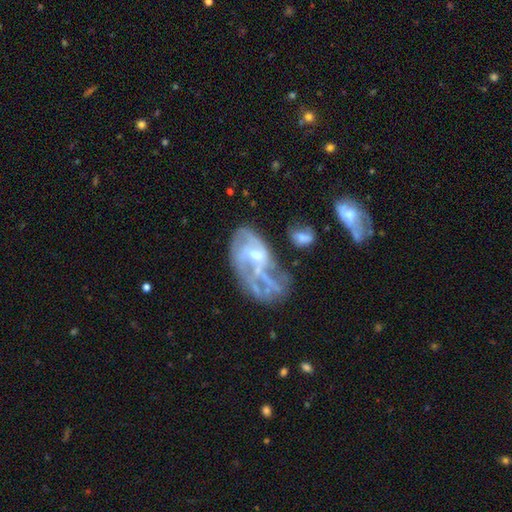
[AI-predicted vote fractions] This appears to be a featured or disk galaxy (76%) with no bar (55%), spiral arms (66%) and a small central bulge (43%). Merging: major disturbance (35%).